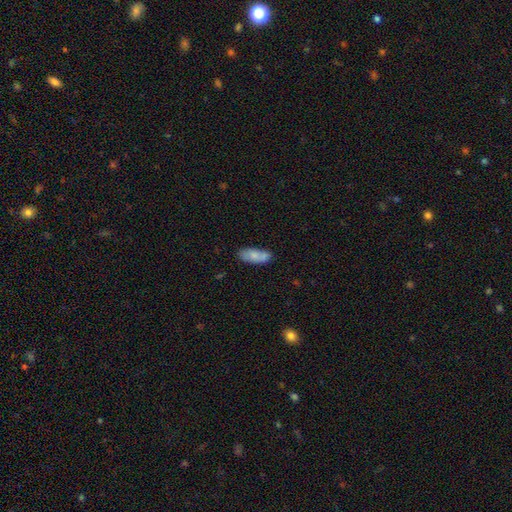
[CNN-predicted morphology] A smooth galaxy with no disk features (77%) that is in between round and cigar-shaped (80%). Merging: none (67%).